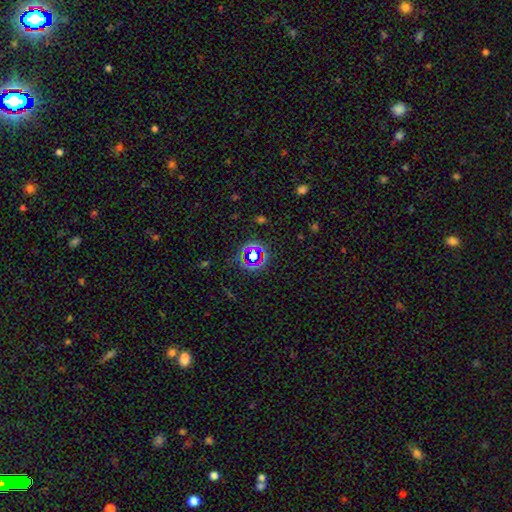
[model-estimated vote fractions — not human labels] This appears to be a star or artifact, not a galaxy (63%).